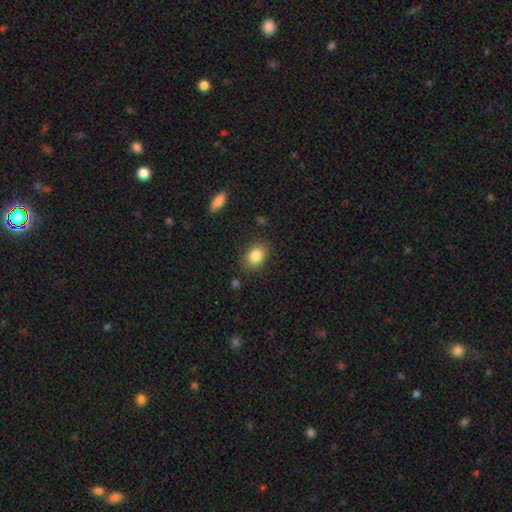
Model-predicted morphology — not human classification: Q: Smooth or featured?
A: smooth (85%); runner-up: star or artifact (9%)
Q: How rounded?
A: in between (73%); runner-up: round (26%)
Q: Merging?
A: none (84%); runner-up: minor disturbance (11%)